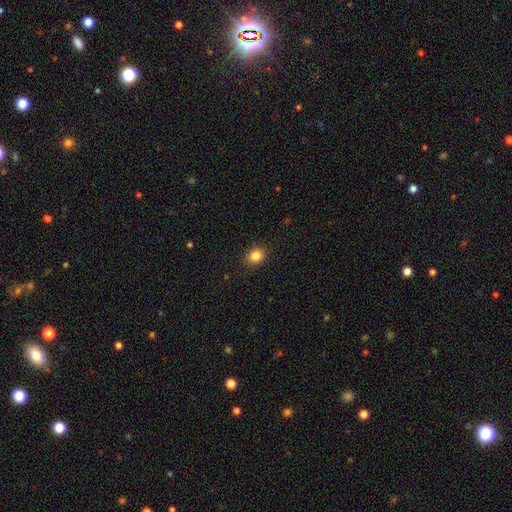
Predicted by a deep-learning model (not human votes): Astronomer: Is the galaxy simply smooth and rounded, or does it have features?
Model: smooth — 85%.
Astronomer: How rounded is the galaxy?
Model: round — 64%.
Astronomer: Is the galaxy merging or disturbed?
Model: none — 89%.